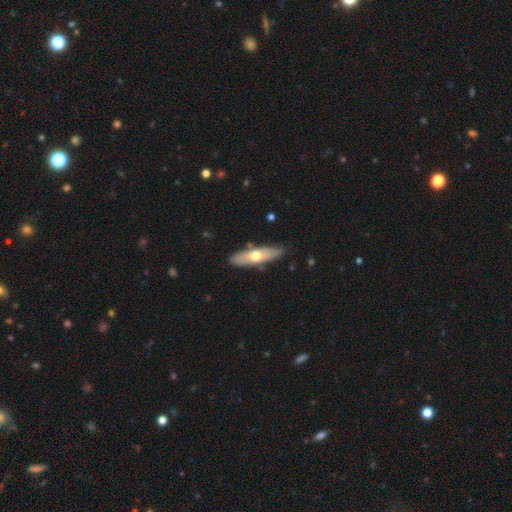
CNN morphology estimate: Smooth or featured? Predicted: smooth (p=0.52). How rounded? Predicted: cigar-shaped (p=0.61). Merging? Predicted: none (p=0.84).